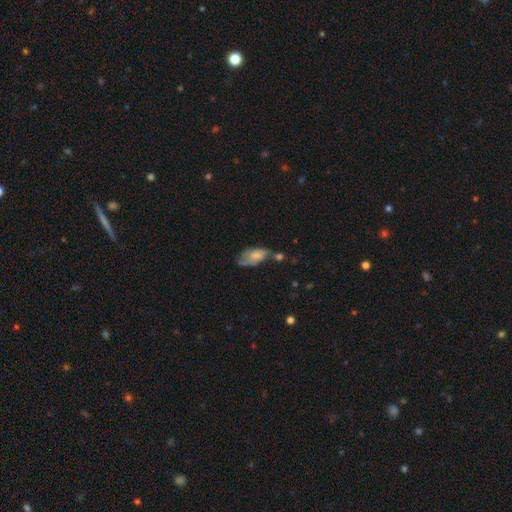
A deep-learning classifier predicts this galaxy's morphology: Smooth or featured: smooth — 62% (featured or disk — 29%)
How rounded: in between — 90% (cigar-shaped — 6%)
Merging: none — 30% (tied with minor disturbance — 30%)